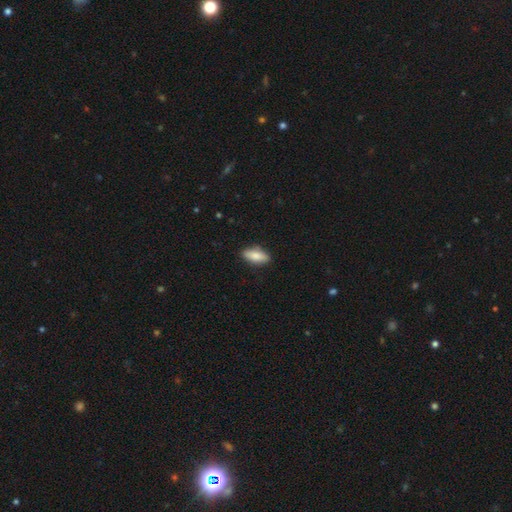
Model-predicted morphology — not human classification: This is clearly a smooth galaxy (82%). How rounded: likely in between (78%). Merging: clearly none (87%).